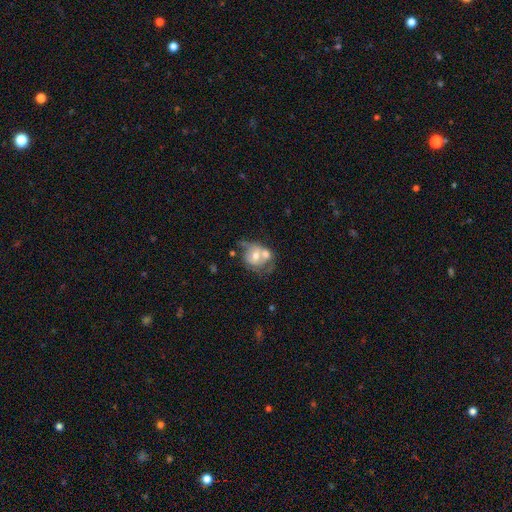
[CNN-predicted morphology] A featured or disk galaxy (53%) with no bar (77%), no spiral arms (57%) and a moderate central bulge (66%).

Vote fractions:
- Smooth or featured? featured or disk: 53% / smooth: 40% / star or artifact: 7%
- Edge-on disk? no: 97% / yes: 3%
- Bar? no: 77% / weak: 18% / strong: 5%
- Spiral arms? no: 57% / yes: 43%
- Bulge size? moderate: 66% / small: 22% / large: 8% / none: 3% / dominant: 2%
- Merging? merger: 49% / none: 23% / minor disturbance: 14% / major disturbance: 13%